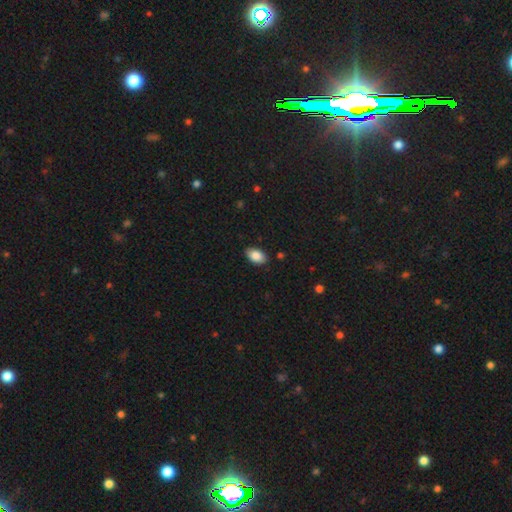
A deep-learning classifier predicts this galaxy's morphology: smooth 88%, star or artifact 7%, featured or disk 5%. Down the decision tree: how rounded — in between (93%); merging — none (86%).